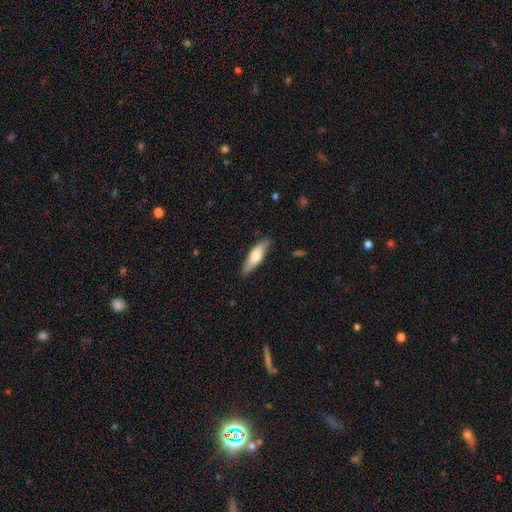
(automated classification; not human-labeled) This is likely a smooth galaxy (68%). How rounded: possibly cigar-shaped (57%). Merging: clearly none (84%).